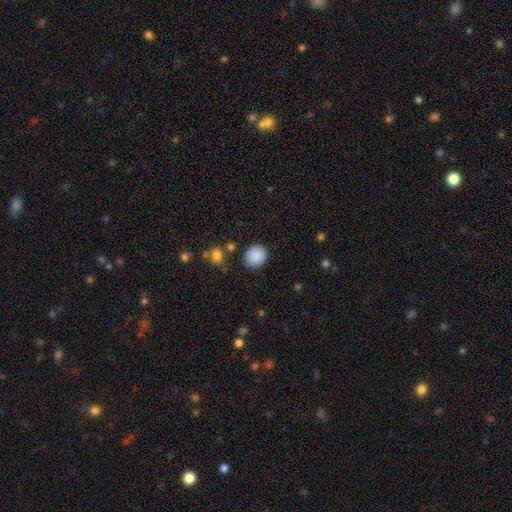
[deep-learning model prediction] smooth-or-featured: smooth: 89% | star or artifact: 8% | featured or disk: 4%
  how-rounded: round: 80% | in between: 19% | cigar-shaped: 1%
  merging: none: 84% | minor disturbance: 10% | major disturbance: 3% | merger: 2%